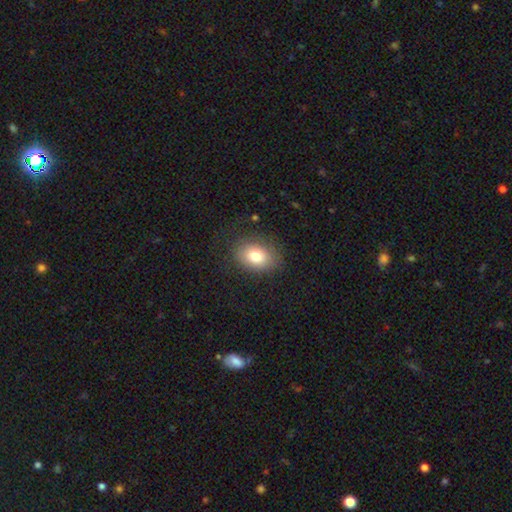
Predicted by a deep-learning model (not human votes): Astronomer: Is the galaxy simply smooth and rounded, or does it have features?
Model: smooth — 77%.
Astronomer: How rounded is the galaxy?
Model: in between — 69%.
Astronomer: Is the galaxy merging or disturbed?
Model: none — 81%.